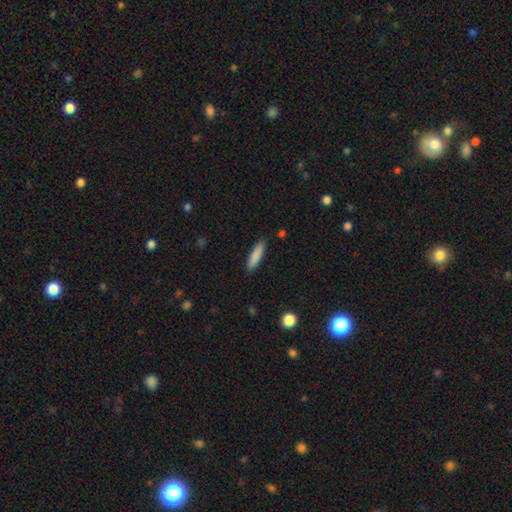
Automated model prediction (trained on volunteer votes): Smooth or featured?
  - smooth: 86% *
  - featured or disk: 8%
  - star or artifact: 6%
How rounded?
  - cigar-shaped: 80% *
  - in between: 19%
  - round: 1%
Merging?
  - none: 88% *
  - minor disturbance: 9%
  - major disturbance: 2%
  - merger: 1%